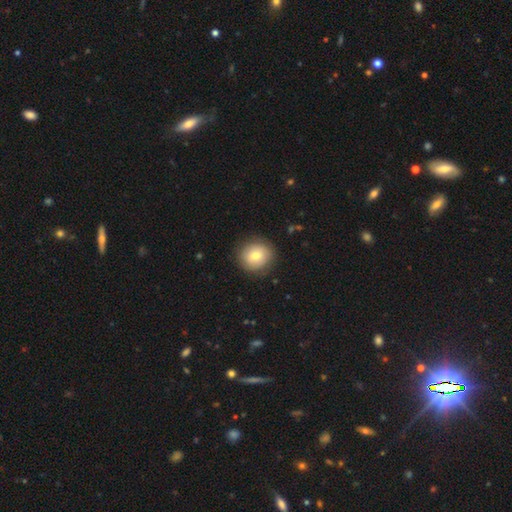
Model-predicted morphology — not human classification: type=smooth (76%); roundness=round (88%); merging=none (88%).